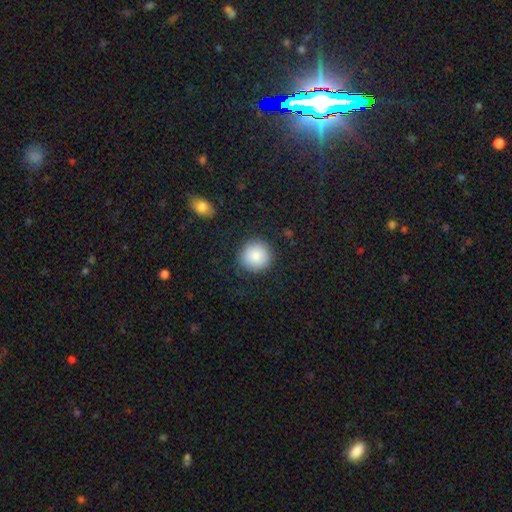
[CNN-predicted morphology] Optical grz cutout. It shows a smooth galaxy with no disk features (86%) that is round (93%). Merging: none (88%).